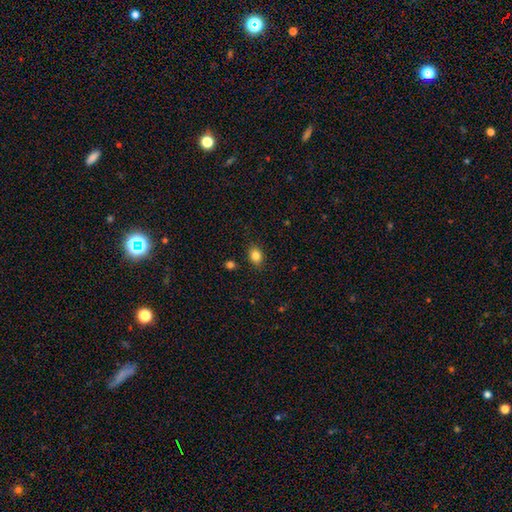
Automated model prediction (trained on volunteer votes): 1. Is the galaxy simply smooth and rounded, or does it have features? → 84% smooth, 11% star or artifact, 6% featured or disk.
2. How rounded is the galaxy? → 61% in between, 38% round, 1% cigar-shaped.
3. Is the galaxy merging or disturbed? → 87% none, 9% minor disturbance, 2% major disturbance, 2% merger.